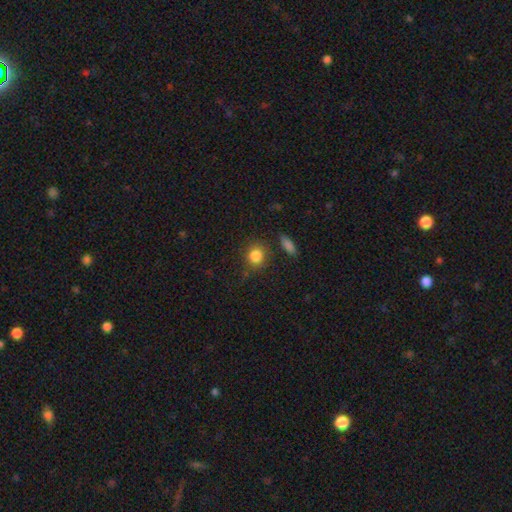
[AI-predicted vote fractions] smooth-or-featured: smooth: 84% | star or artifact: 10% | featured or disk: 6%
  how-rounded: round: 75% | in between: 23% | cigar-shaped: 2%
  merging: none: 78% | minor disturbance: 13% | merger: 5% | major disturbance: 4%